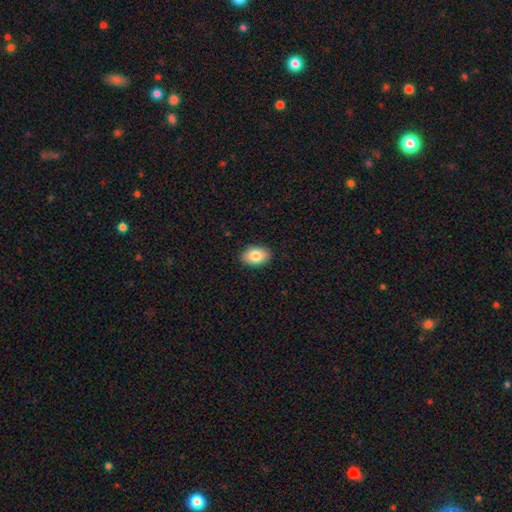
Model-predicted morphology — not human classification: Smooth or featured? smooth (84%)
How rounded? in between (85%)
Merging? none (90%)